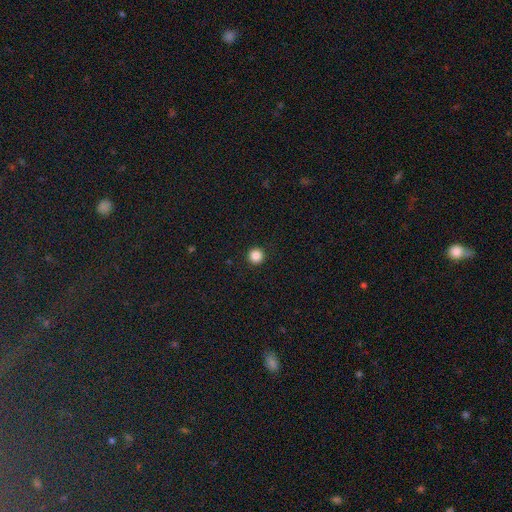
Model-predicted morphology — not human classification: Overall: smooth (87%). How rounded: round (96%). Merging: none (93%).